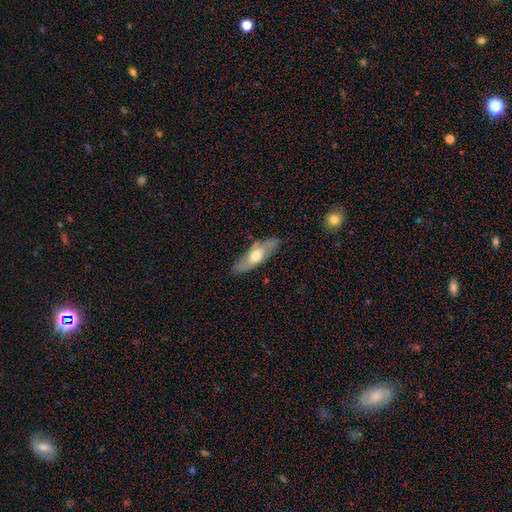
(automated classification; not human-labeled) A smooth galaxy with no disk features (49%). Merging: none (79%).